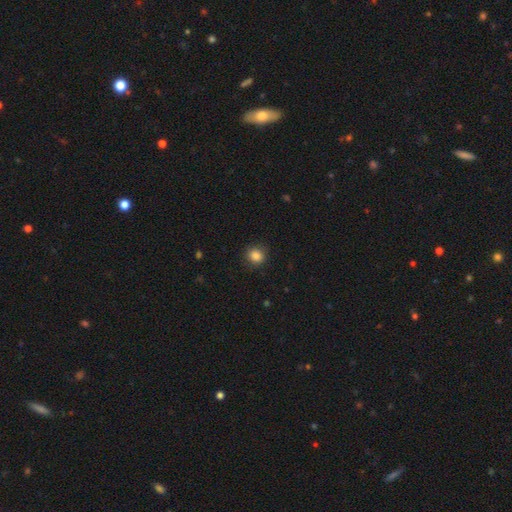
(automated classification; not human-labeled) A smooth galaxy with no disk features (85%) that is round (88%).

Vote fractions:
- Smooth or featured? smooth: 85% / star or artifact: 11% / featured or disk: 4%
- How rounded? round: 88% / in between: 11% / cigar-shaped: 1%
- Merging? none: 88% / minor disturbance: 8% / major disturbance: 3% / merger: 1%